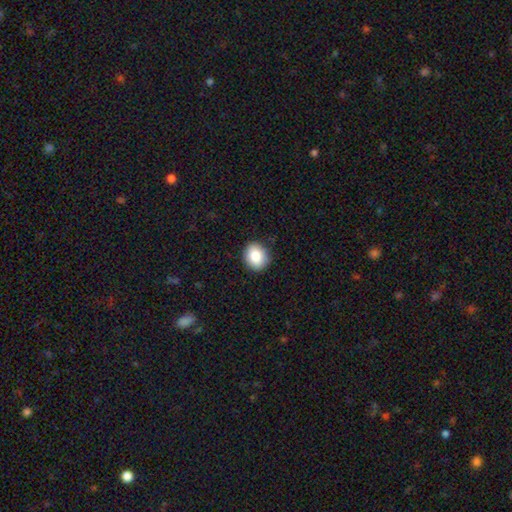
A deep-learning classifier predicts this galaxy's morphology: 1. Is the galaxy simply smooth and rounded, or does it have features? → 84% smooth, 9% star or artifact, 7% featured or disk.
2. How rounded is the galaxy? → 70% round, 29% in between, 1% cigar-shaped.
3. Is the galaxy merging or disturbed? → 89% none, 8% minor disturbance, 2% major disturbance, 1% merger.